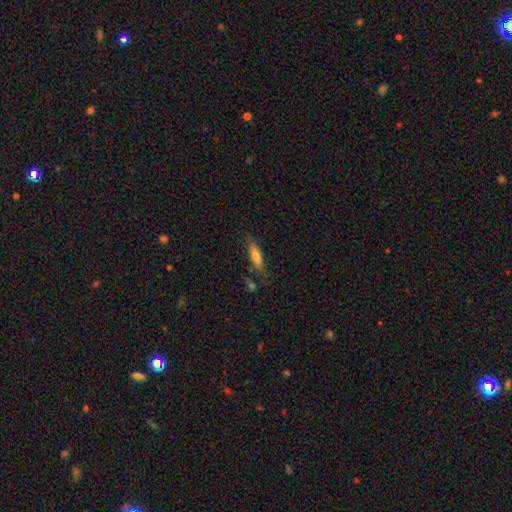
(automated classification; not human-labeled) Smooth or featured: smooth — 59% (featured or disk — 34%)
How rounded: cigar-shaped — 72% (in between — 26%)
Merging: none — 75% (minor disturbance — 16%)